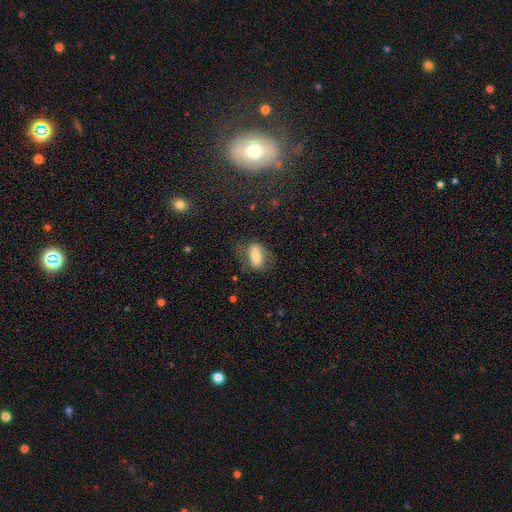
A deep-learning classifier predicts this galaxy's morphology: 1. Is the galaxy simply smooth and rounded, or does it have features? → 57% smooth, 35% featured or disk, 8% star or artifact.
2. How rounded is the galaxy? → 80% in between, 11% cigar-shaped, 9% round.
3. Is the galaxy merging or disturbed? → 64% none, 22% minor disturbance, 13% major disturbance, 2% merger.